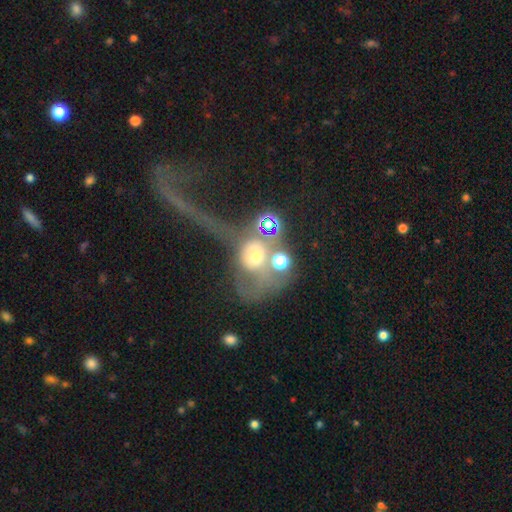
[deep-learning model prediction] This appears to be a smooth galaxy with no disk features (40%). Merging: major disturbance (40%).